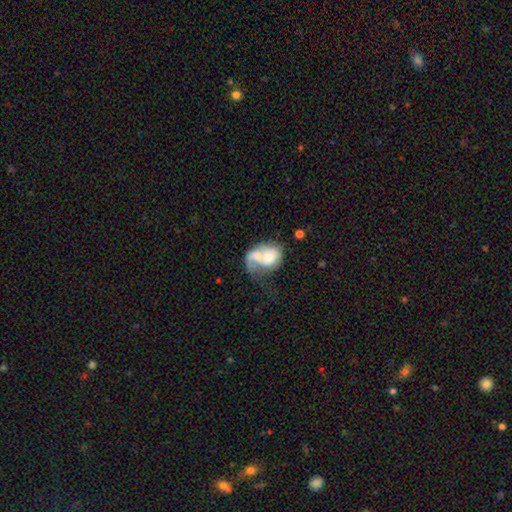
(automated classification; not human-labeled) Smooth or featured? Predicted: smooth (p=0.53). How rounded? Predicted: in between (p=0.60). Merging? Predicted: merger (p=0.55).